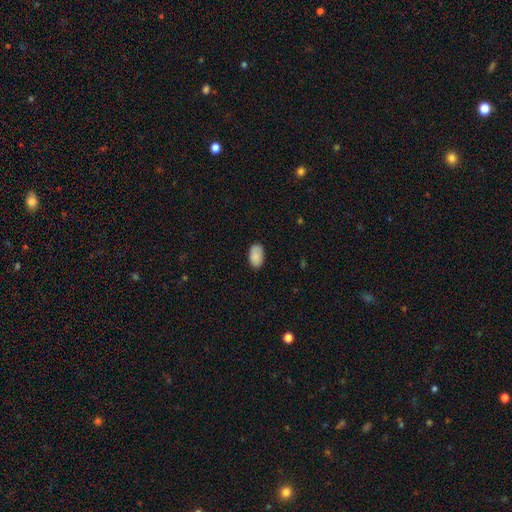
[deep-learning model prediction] Smooth or featured?
  - smooth: 89% *
  - star or artifact: 7%
  - featured or disk: 5%
How rounded?
  - in between: 94% *
  - round: 5%
  - cigar-shaped: 1%
Merging?
  - none: 83% *
  - minor disturbance: 14%
  - major disturbance: 2%
  - merger: 1%